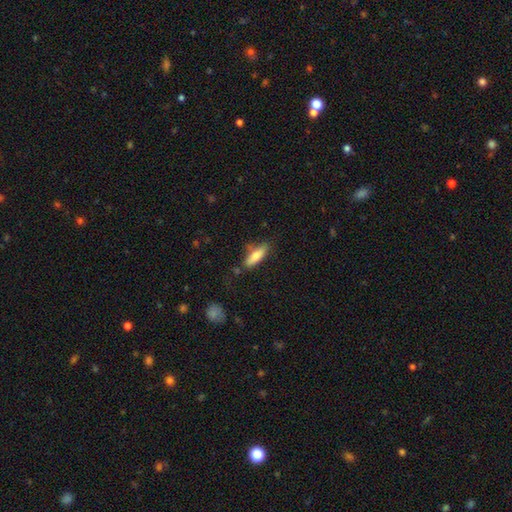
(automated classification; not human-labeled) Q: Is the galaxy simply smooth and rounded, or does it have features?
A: smooth — 73%.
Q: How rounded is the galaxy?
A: in between — 51%.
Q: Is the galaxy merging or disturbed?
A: none — 70%.